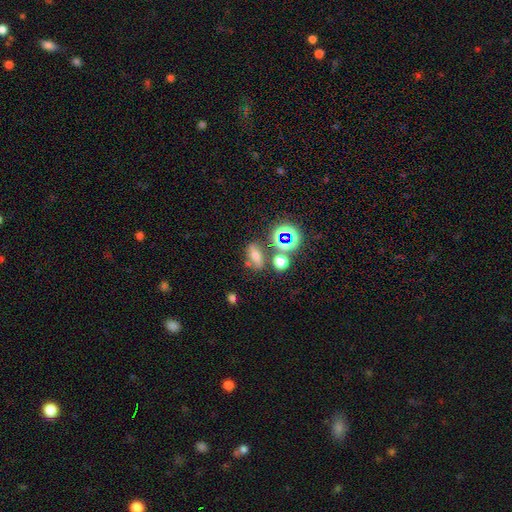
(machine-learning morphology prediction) Smooth or featured? Predicted: smooth (p=0.47). Merging? Predicted: none (p=0.63).